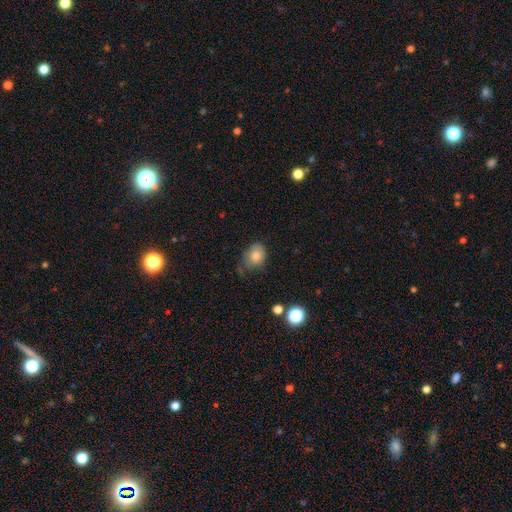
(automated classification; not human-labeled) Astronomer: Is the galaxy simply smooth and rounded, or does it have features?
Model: smooth — 77%.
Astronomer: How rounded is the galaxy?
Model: in between — 57% (runner-up: round, 42%).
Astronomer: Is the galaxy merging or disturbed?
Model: none — 45% (runner-up: minor disturbance, 39%).